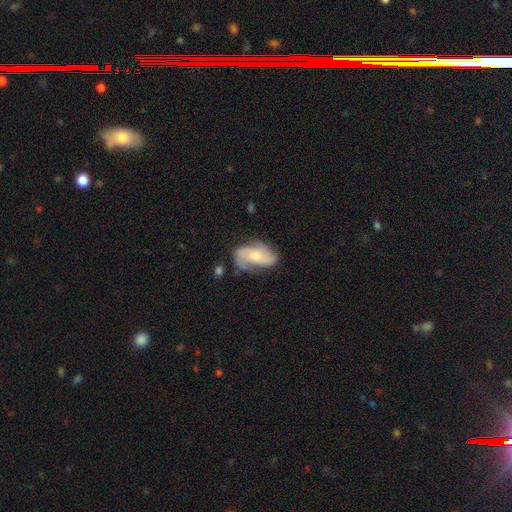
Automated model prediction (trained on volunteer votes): featured or disk 63%, smooth 30%, star or artifact 7%. Down the decision tree: edge-on disk — no (95%); bar — no (63%); spiral arms — yes (88%); spiral arm count — 2 (71%); spiral winding — loose (45%); bulge size — moderate (55%); merging — none (56%).